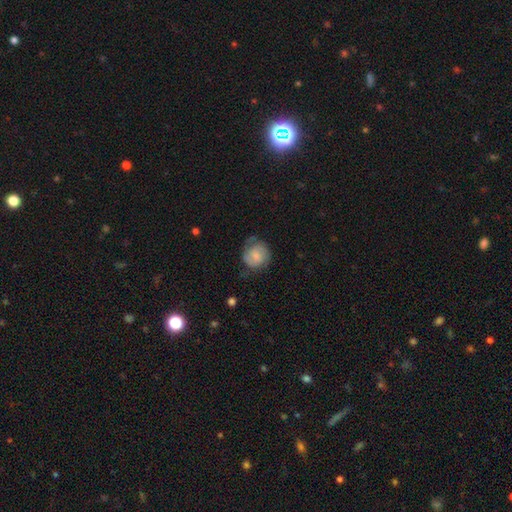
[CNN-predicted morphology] The model was most divided on "smooth or featured": smooth: 52%, featured or disk: 41%, star or artifact: 7%. More confident: how rounded — round (81%); merging — none (59%).